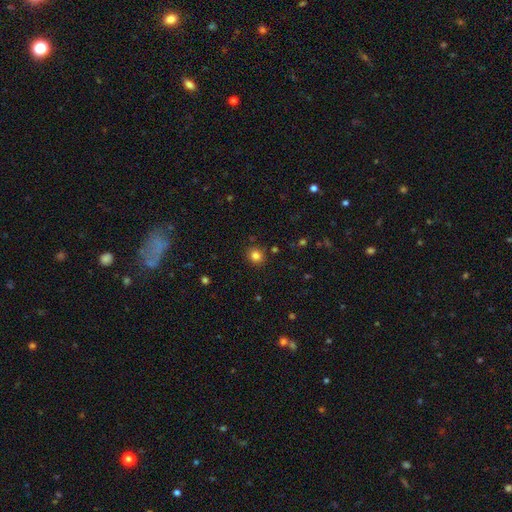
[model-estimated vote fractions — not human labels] smooth_or_featured: smooth (p=0.82) [alt: star or artifact p=0.13]
how_rounded: round (p=0.86) [alt: in between p=0.13]
merging: none (p=0.88) [alt: minor disturbance p=0.07]